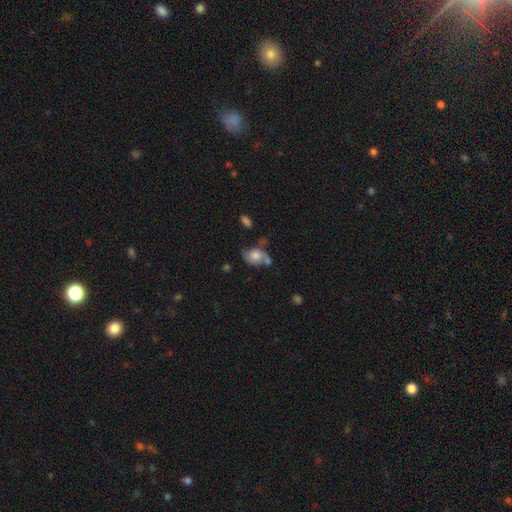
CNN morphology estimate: smooth_or_featured: smooth (p=0.51) [alt: featured or disk p=0.40]
how_rounded: in between (p=0.70) [alt: round p=0.28]
merging: none (p=0.38) [alt: minor disturbance p=0.24]